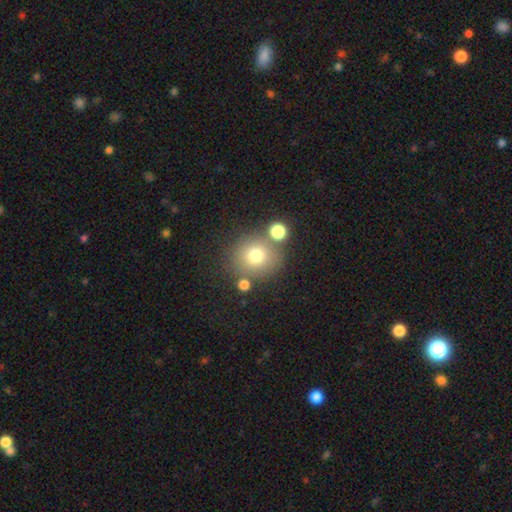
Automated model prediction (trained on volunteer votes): Smooth or featured? smooth (74%)
How rounded? round (87%)
Merging? none (72%)